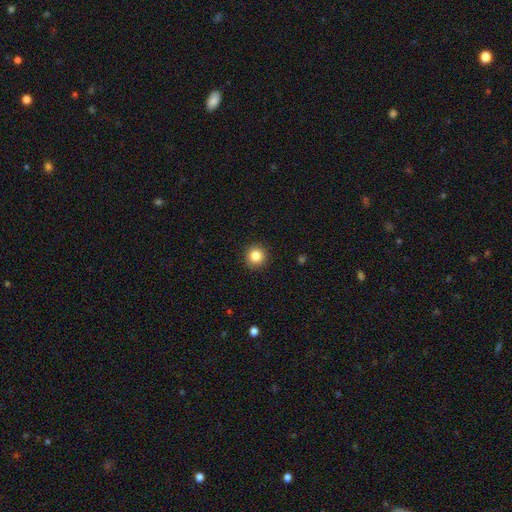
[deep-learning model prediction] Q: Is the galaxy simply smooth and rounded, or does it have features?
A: smooth — 84%.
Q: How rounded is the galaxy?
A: round — 94%.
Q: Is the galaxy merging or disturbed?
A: none — 93%.